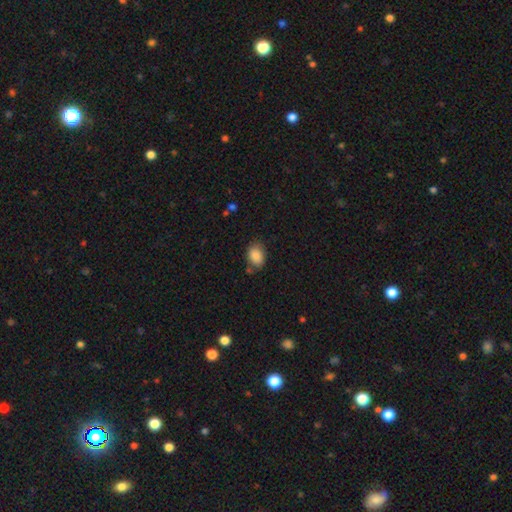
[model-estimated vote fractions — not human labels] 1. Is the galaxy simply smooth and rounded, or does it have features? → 86% smooth, 8% star or artifact, 6% featured or disk.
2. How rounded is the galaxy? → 77% in between, 22% round, 1% cigar-shaped.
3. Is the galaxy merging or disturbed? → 73% none, 18% minor disturbance, 4% merger, 4% major disturbance.